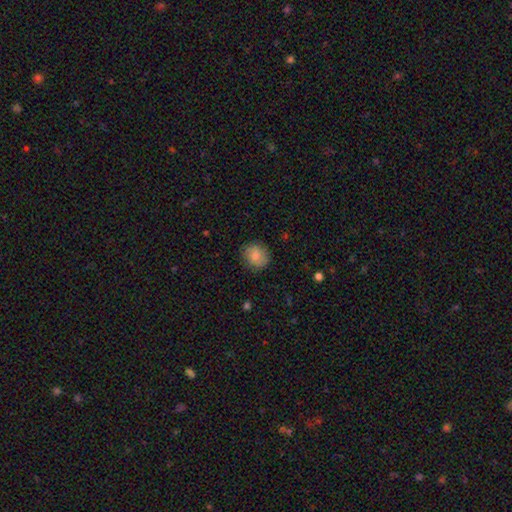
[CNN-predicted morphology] smooth 82%, featured or disk 10%, star or artifact 8%. Down the decision tree: how rounded — round (81%); merging — none (83%).